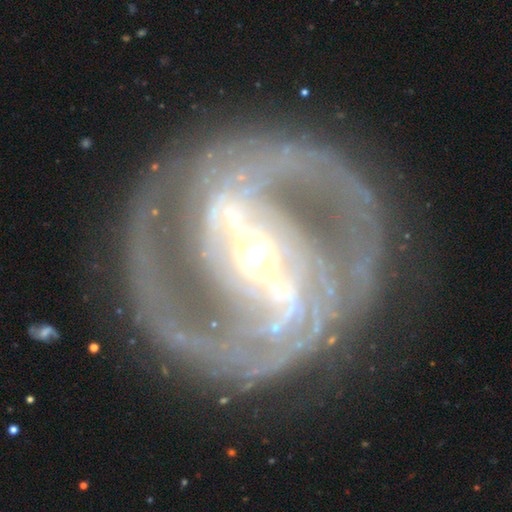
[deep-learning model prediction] A featured or disk galaxy (91%) with a strong bar (77%), 2 (74%) tight (48%) spiral arms (95%) and a moderate central bulge (46%, tied with small).

Vote fractions:
- Smooth or featured? featured or disk: 91% / star or artifact: 5% / smooth: 4%
- Edge-on disk? no: 95% / yes: 5%
- Bar? strong: 77% / weak: 18% / no: 6%
- Spiral arms? yes: 95% / no: 5%
- Spiral winding? tight: 48% / medium: 42% / loose: 10%
- Spiral arm count? 2: 74% / 3: 9% / can't tell: 9% / 4: 3% / 1: 3% / more than 4: 3%
- Bulge size? moderate: 46% (tied) / small: 46% (tied) / large: 6% / dominant: 1% / none: 1%
- Merging? none: 78% / minor disturbance: 13% / major disturbance: 8% / merger: 2%